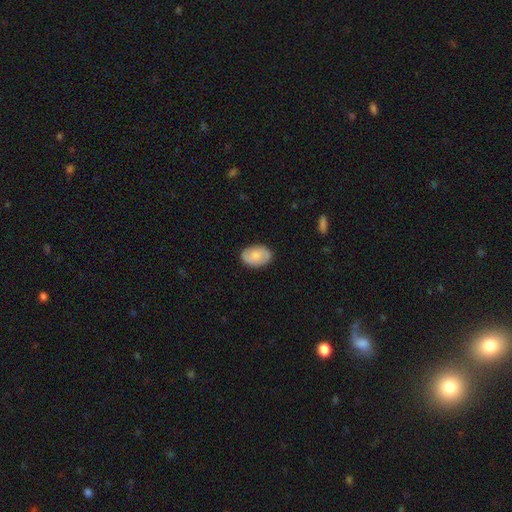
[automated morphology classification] type=smooth (68%); roundness=in between (86%); merging=none (85%).